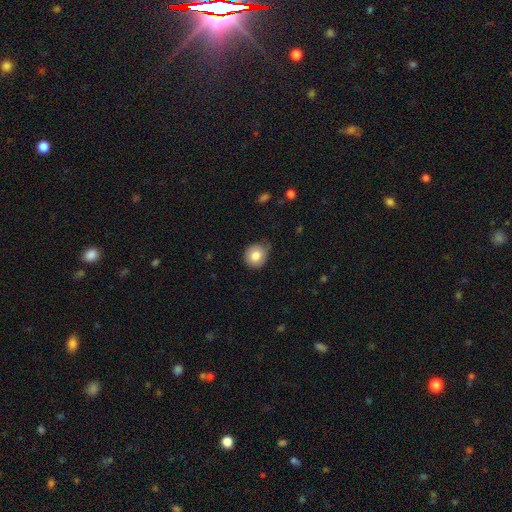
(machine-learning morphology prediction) smooth_or_featured: smooth (p=0.81) [alt: featured or disk p=0.10]
how_rounded: round (p=0.83) [alt: in between p=0.16]
merging: none (p=0.72) [alt: minor disturbance p=0.23]